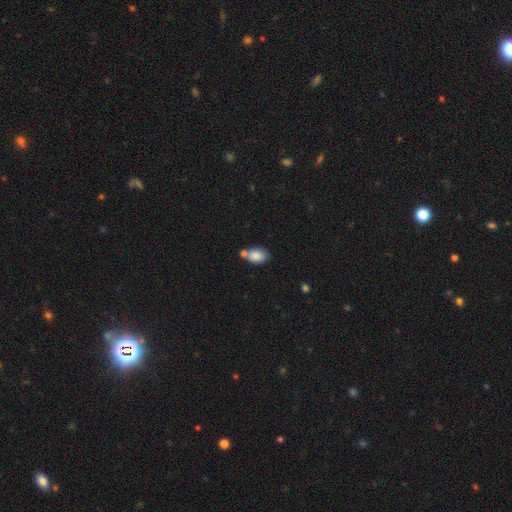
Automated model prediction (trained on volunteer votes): smooth 85%, star or artifact 8%, featured or disk 7%. Down the decision tree: how rounded — in between (86%); merging — none (54%).